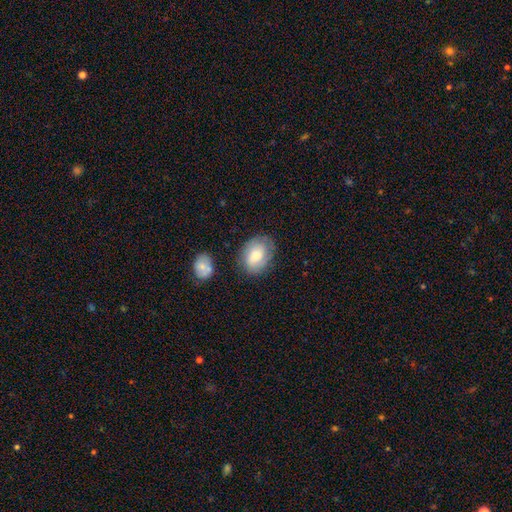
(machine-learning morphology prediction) Q: Smooth or featured?
A: smooth (68%); runner-up: featured or disk (25%)
Q: How rounded?
A: in between (75%); runner-up: round (24%)
Q: Merging?
A: none (72%); runner-up: minor disturbance (19%)